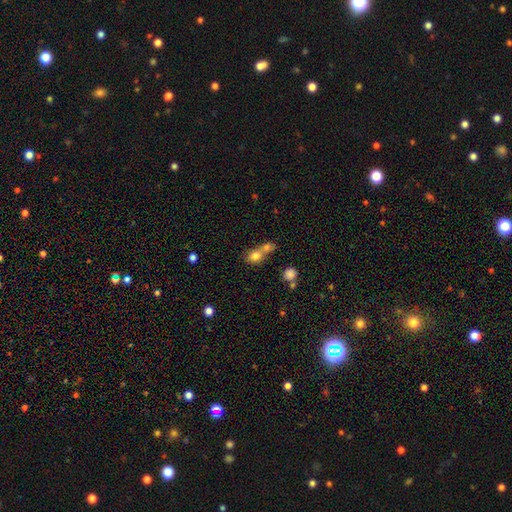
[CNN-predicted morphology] smooth-or-featured: smooth: 76% | featured or disk: 12% | star or artifact: 11%
  how-rounded: round: 52% | in between: 46% | cigar-shaped: 3%
  merging: merger: 60% | none: 28% | minor disturbance: 8% | major disturbance: 5%